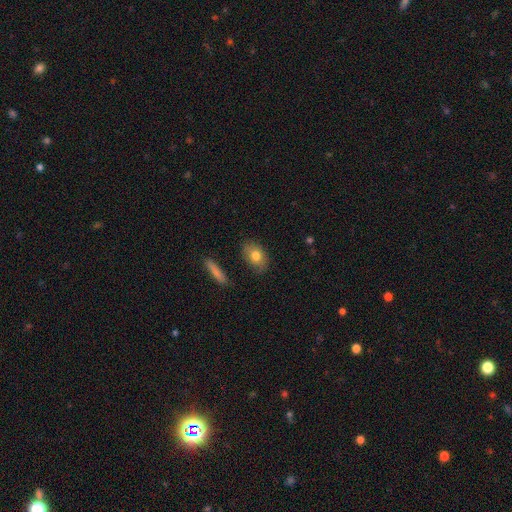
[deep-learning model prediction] smooth-or-featured: smooth: 76% | featured or disk: 16% | star or artifact: 7%
  how-rounded: in between: 80% | round: 17% | cigar-shaped: 3%
  merging: none: 81% | minor disturbance: 14% | major disturbance: 3% | merger: 2%